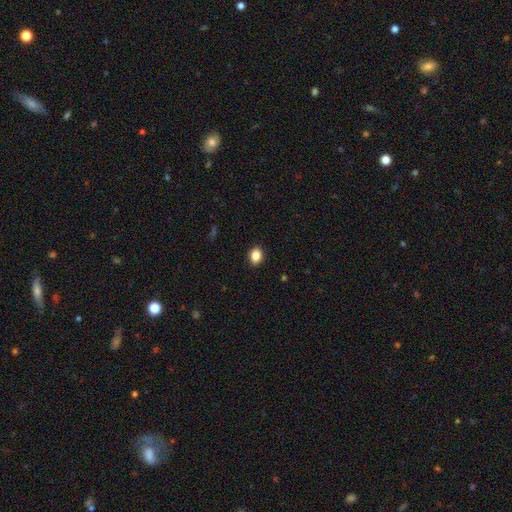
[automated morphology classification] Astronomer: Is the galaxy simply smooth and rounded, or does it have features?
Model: smooth — 86%.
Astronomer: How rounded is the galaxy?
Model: in between — 57% (runner-up: round, 42%).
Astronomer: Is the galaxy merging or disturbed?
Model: none — 90%.